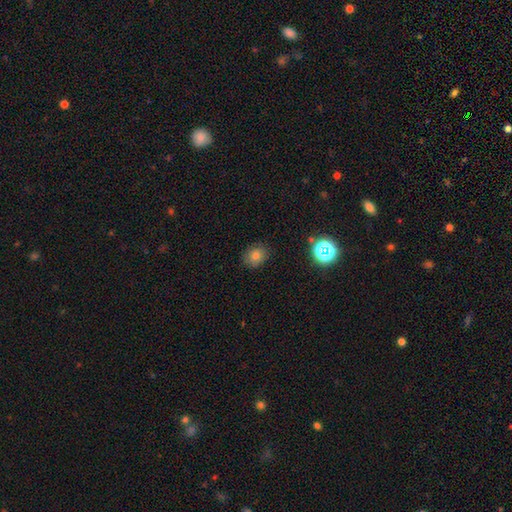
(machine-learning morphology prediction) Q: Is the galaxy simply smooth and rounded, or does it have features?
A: smooth — 76%.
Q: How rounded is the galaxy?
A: round — 60%.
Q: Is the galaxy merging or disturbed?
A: none — 85%.